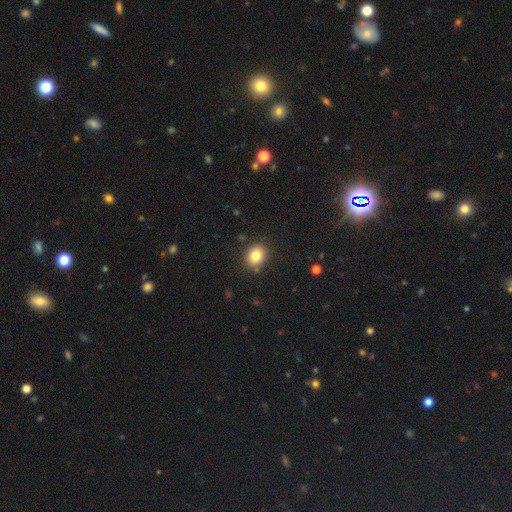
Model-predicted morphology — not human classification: The model was most divided on "how rounded": round: 63%, in between: 37%, cigar-shaped: 1%. More confident: merging — none (87%); smooth or featured — smooth (83%).